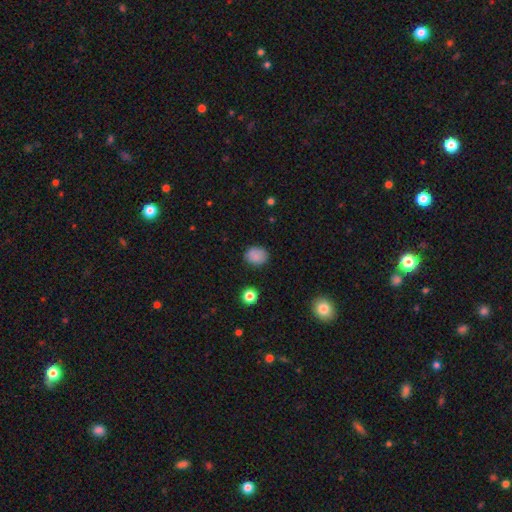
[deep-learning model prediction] Smooth or featured: smooth — 84% (star or artifact — 11%)
How rounded: round — 64% (in between — 35%)
Merging: none — 84% (minor disturbance — 11%)